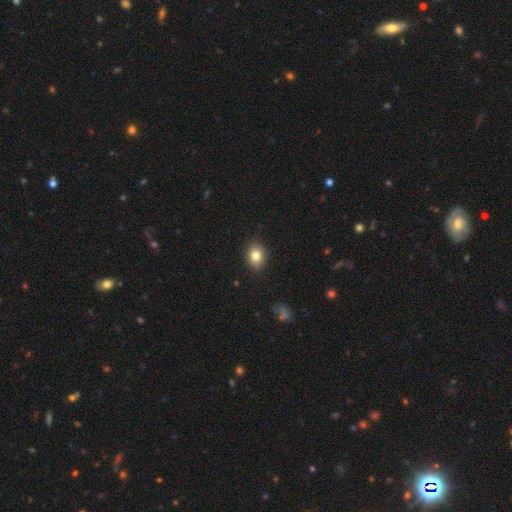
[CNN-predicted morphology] smooth-or-featured: smooth: 81% | star or artifact: 10% | featured or disk: 9%
  how-rounded: in between: 52% | round: 47% | cigar-shaped: 1%
  merging: none: 88% | minor disturbance: 9% | major disturbance: 2% | merger: 1%